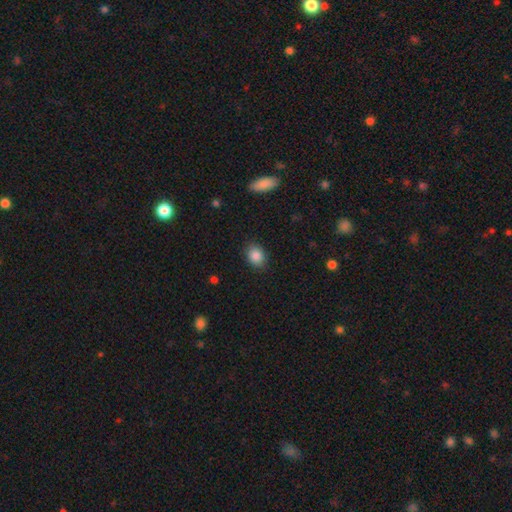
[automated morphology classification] Smooth or featured: smooth — 87% (star or artifact — 8%)
How rounded: in between — 66% (round — 33%)
Merging: none — 86% (minor disturbance — 10%)